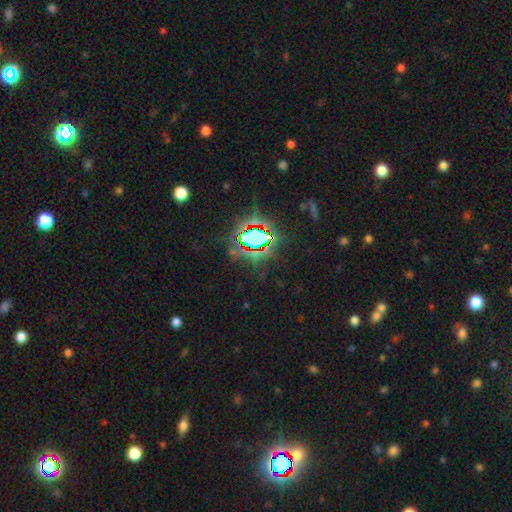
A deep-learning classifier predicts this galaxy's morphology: type=star or artifact (79%).